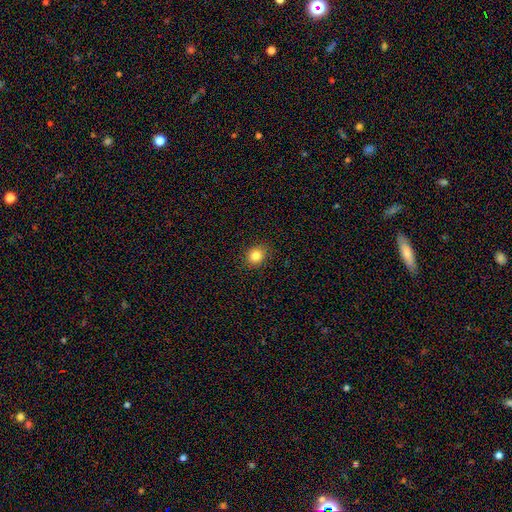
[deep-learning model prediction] Smooth or featured? Predicted: smooth (p=0.84). How rounded? Predicted: round (p=0.69). Merging? Predicted: none (p=0.88).